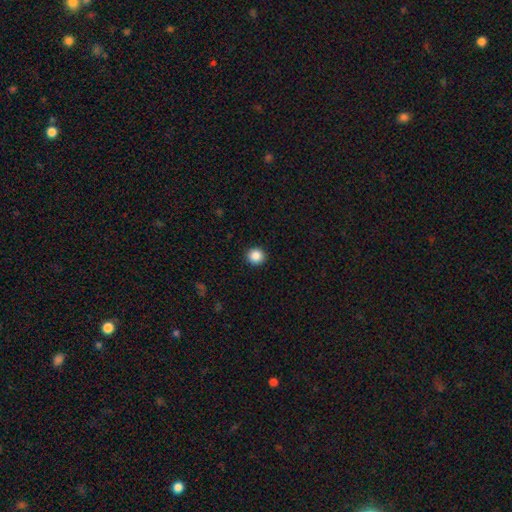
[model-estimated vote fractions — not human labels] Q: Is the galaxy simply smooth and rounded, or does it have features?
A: smooth — 87%.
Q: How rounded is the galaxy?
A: round — 94%.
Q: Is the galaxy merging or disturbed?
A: none — 93%.